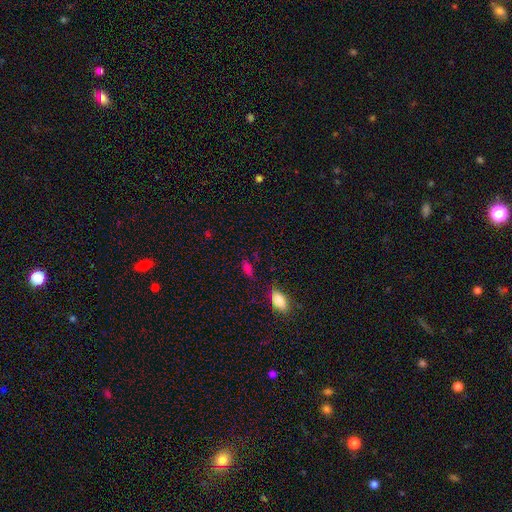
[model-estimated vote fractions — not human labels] Smooth or featured?
  - smooth: 72% *
  - star or artifact: 20%
  - featured or disk: 8%
How rounded?
  - in between: 75% *
  - cigar-shaped: 15%
  - round: 9%
Merging?
  - none: 75% *
  - minor disturbance: 15%
  - major disturbance: 5%
  - merger: 4%